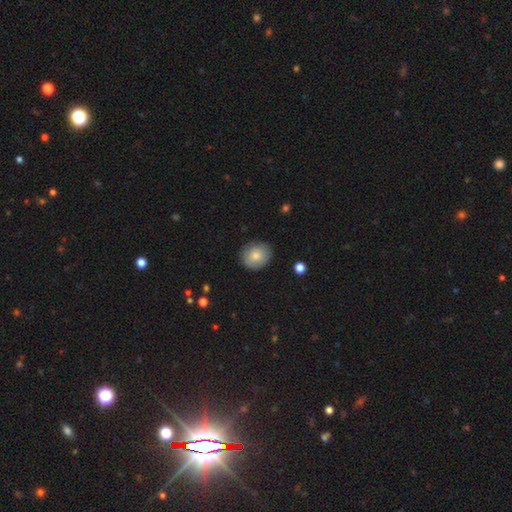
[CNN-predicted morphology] Smooth or featured? Predicted: smooth (p=0.77). How rounded? Predicted: round (p=0.65). Merging? Predicted: none (p=0.82).